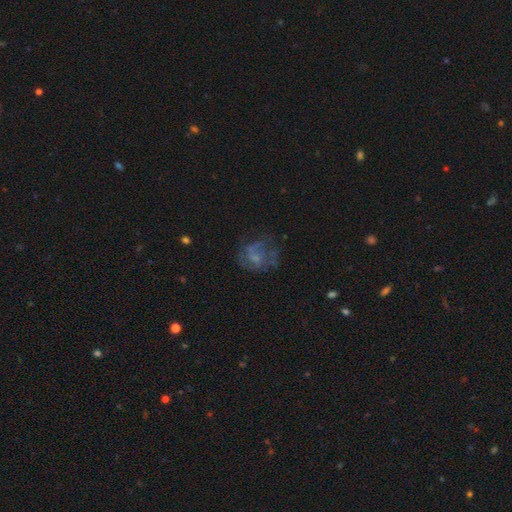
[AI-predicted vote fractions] Morphology: type=featured or disk (51%); edge-on=no (98%); merging=none (47%).